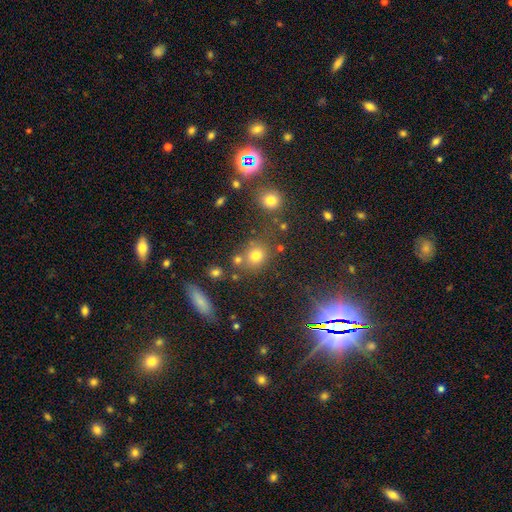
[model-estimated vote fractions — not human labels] Q: Smooth or featured?
A: smooth (72%); runner-up: star or artifact (19%)
Q: How rounded?
A: round (76%); runner-up: in between (23%)
Q: Merging?
A: none (69%); runner-up: merger (14%)